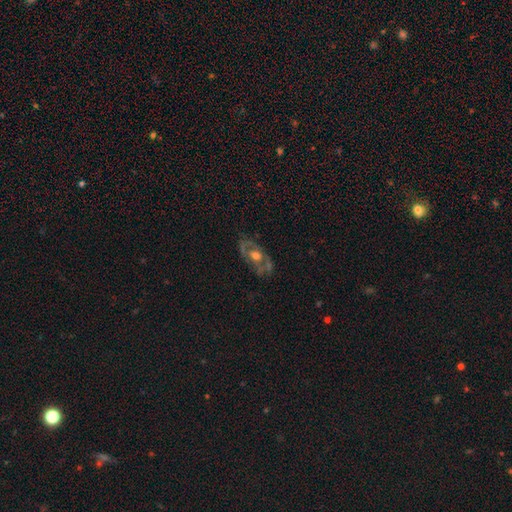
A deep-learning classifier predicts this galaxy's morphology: This appears to be a featured or disk galaxy (69%) with no bar (78%), no spiral arms (63%) and a moderate central bulge (64%). Merging: none (67%).